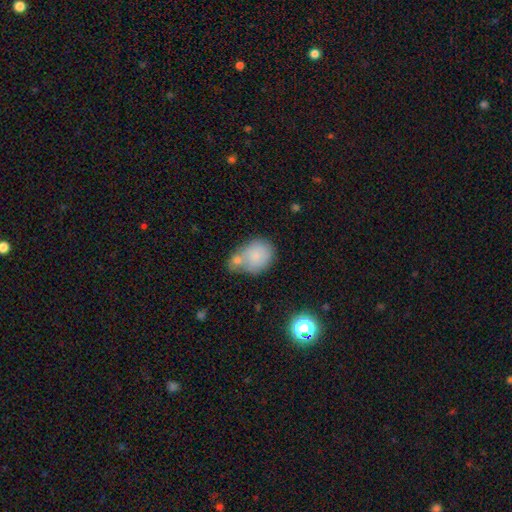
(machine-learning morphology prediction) A smooth galaxy with no disk features (80%) that is in between round and cigar-shaped (52%). Merging: merger (44%).